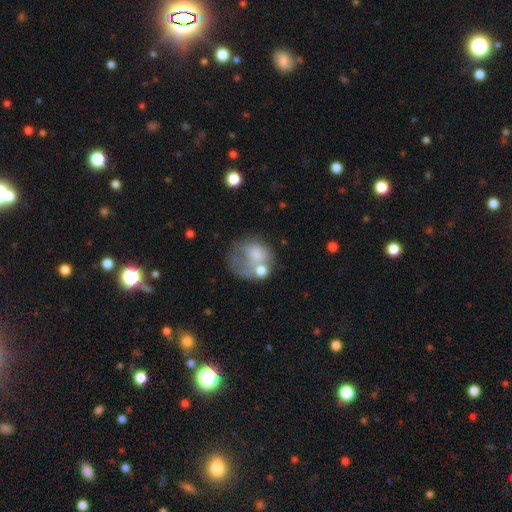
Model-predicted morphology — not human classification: Smooth or featured? Predicted: smooth (p=0.52). How rounded? Predicted: round (p=0.58). Merging? Predicted: major disturbance (p=0.36).